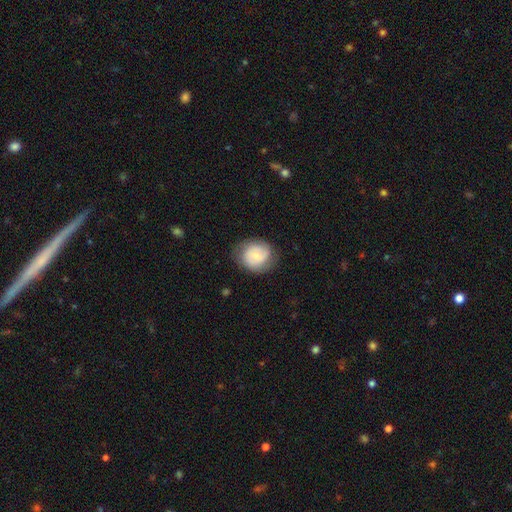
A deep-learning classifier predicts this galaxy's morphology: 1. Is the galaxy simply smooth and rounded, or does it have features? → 50% smooth, 43% featured or disk, 7% star or artifact.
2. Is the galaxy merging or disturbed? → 75% none, 18% minor disturbance, 6% major disturbance, 1% merger.